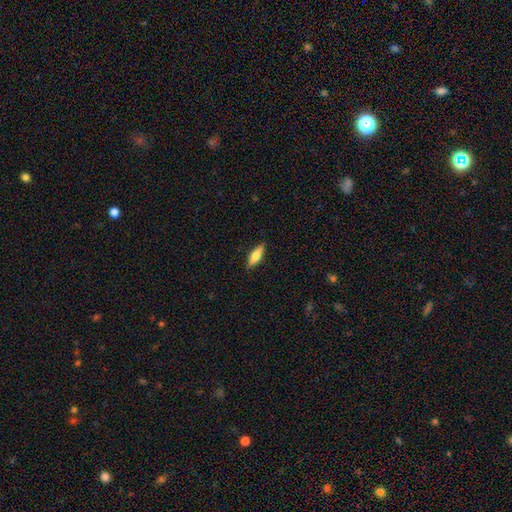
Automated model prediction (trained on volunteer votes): Morphology: type=smooth (66%); roundness=in between (55%); merging=none (88%).